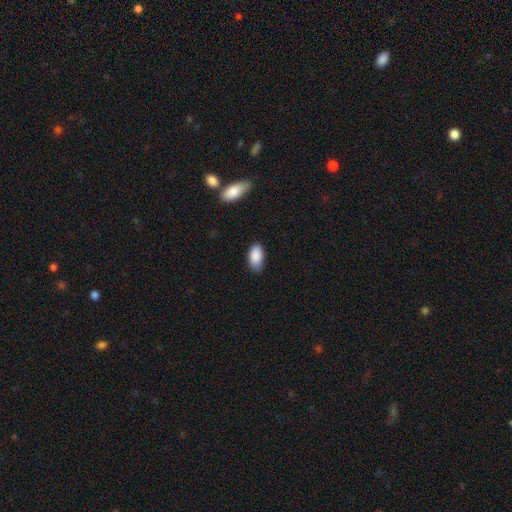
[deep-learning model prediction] smooth-or-featured: smooth: 88% | star or artifact: 7% | featured or disk: 5%
  how-rounded: in between: 94% | round: 3% | cigar-shaped: 3%
  merging: none: 74% | minor disturbance: 21% | major disturbance: 3% | merger: 2%